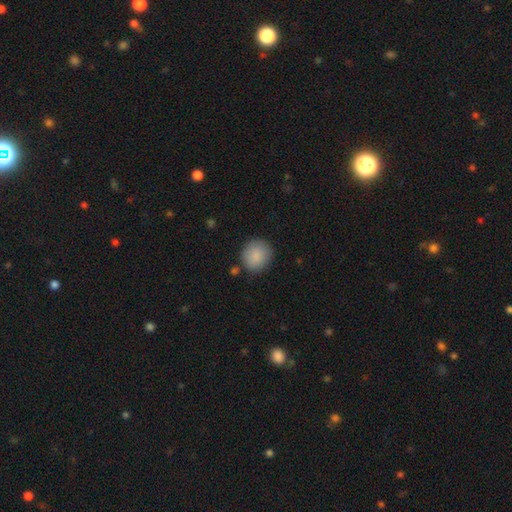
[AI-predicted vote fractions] The model was most divided on "merging": none: 82%, minor disturbance: 12%, major disturbance: 3%, merger: 3%. More confident: smooth or featured — smooth (88%); how rounded — round (85%).